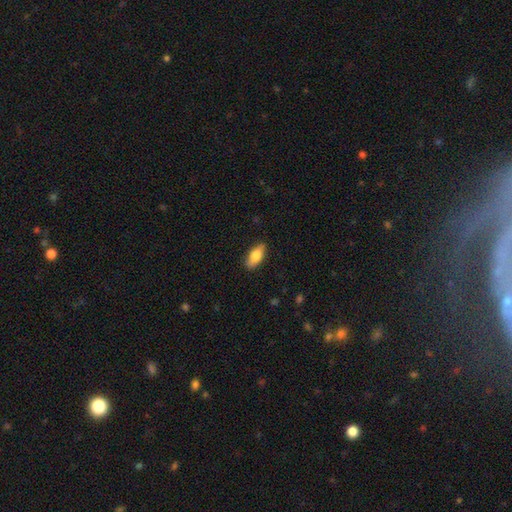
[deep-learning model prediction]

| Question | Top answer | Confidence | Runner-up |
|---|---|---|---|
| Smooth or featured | smooth | 78% | featured or disk (16%) |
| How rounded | in between | 82% | cigar-shaped (15%) |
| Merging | none | 86% | minor disturbance (11%) |